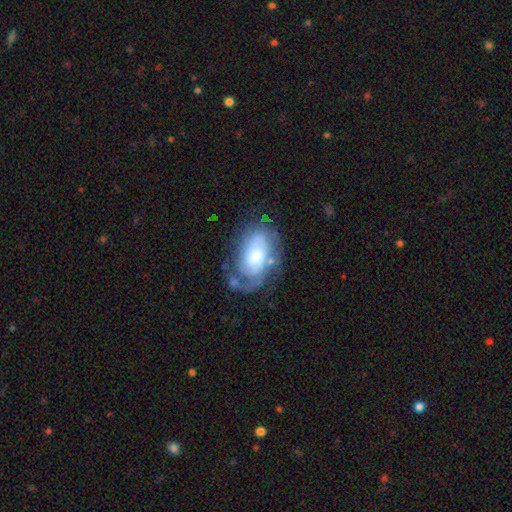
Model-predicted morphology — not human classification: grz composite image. It shows a featured or disk galaxy (57%) with no bar (71%), spiral arms (77%) and a moderate central bulge (31%). Merging: none (48%).